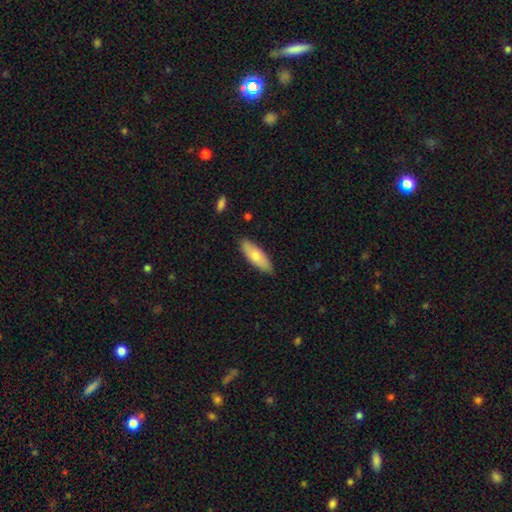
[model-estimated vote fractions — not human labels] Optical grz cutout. It shows a smooth galaxy with no disk features (73%) that is in between round and cigar-shaped (63%). Merging: none (86%).